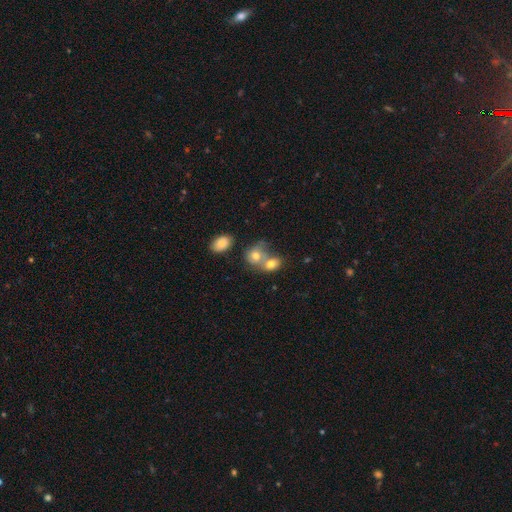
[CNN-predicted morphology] smooth_or_featured: smooth (p=0.72) [alt: featured or disk p=0.18]
how_rounded: round (p=0.58) [alt: in between p=0.41]
merging: merger (p=0.59) [alt: none p=0.28]